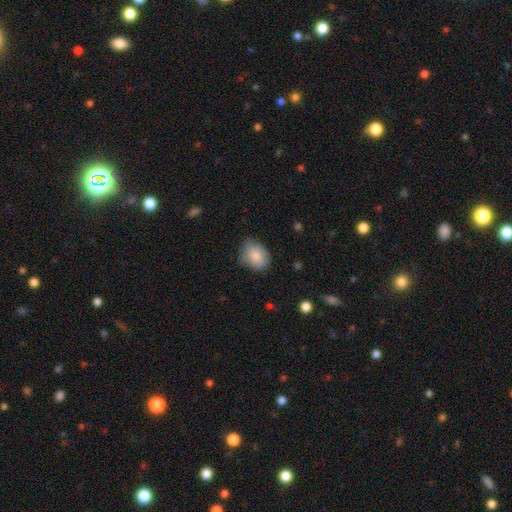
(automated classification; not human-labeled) This is clearly a smooth galaxy (84%). How rounded: possibly in between (57%). Merging: likely none (68%).